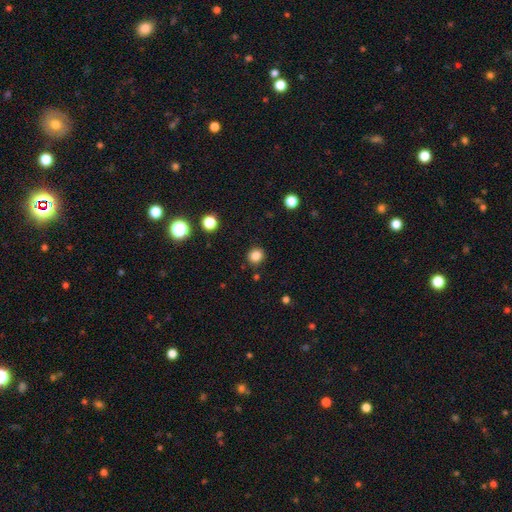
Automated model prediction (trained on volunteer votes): Smooth or featured? smooth (84%)
How rounded? round (82%)
Merging? none (88%)